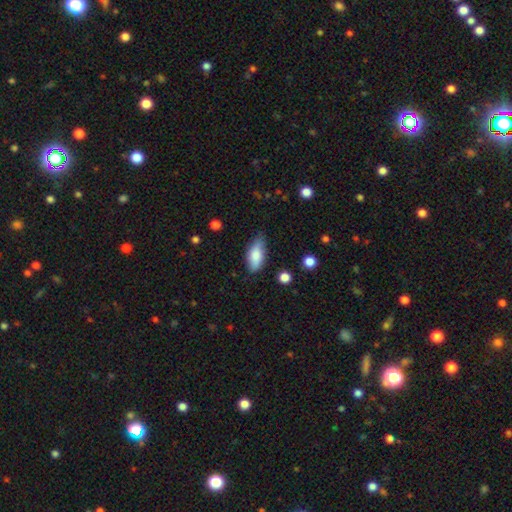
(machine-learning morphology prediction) This appears to be a smooth galaxy with no disk features (80%) that is in between round and cigar-shaped (84%). Merging: none (68%).